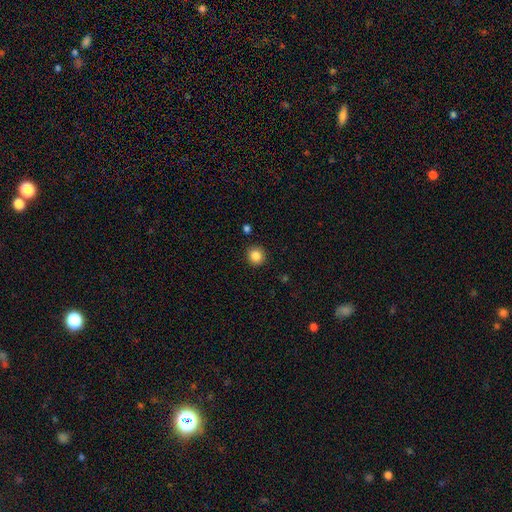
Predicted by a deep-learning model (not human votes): This is clearly a smooth galaxy (86%). How rounded: clearly round (91%). Merging: clearly none (91%).